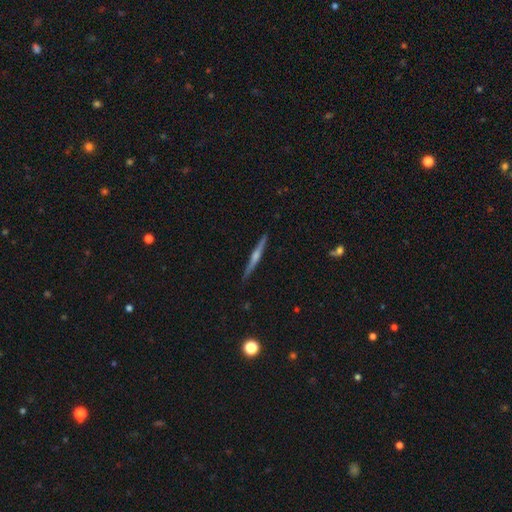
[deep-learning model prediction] This appears to be a featured or disk galaxy (74%) viewed edge-on (98%) with a rounded central bulge (74%). Merging: none (91%).